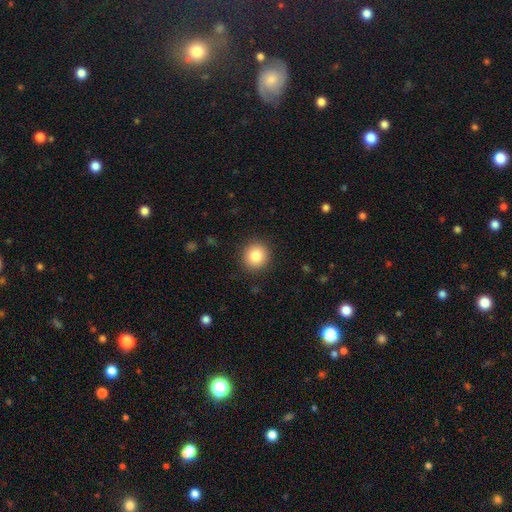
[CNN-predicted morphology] Q: Smooth or featured?
A: smooth (84%); runner-up: star or artifact (9%)
Q: How rounded?
A: round (90%); runner-up: in between (9%)
Q: Merging?
A: none (91%); runner-up: minor disturbance (6%)